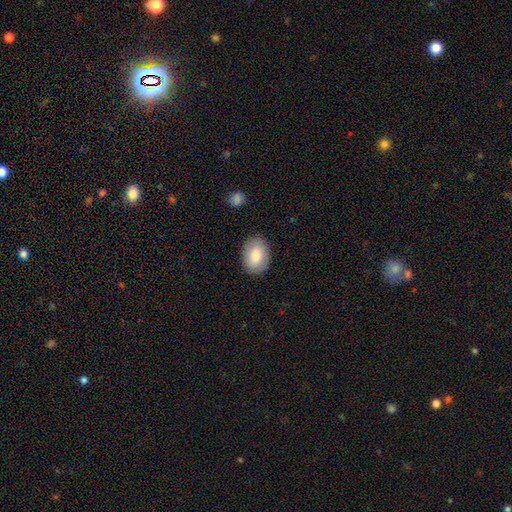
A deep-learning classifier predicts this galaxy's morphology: Smooth or featured? smooth (83%)
How rounded? in between (83%)
Merging? none (86%)